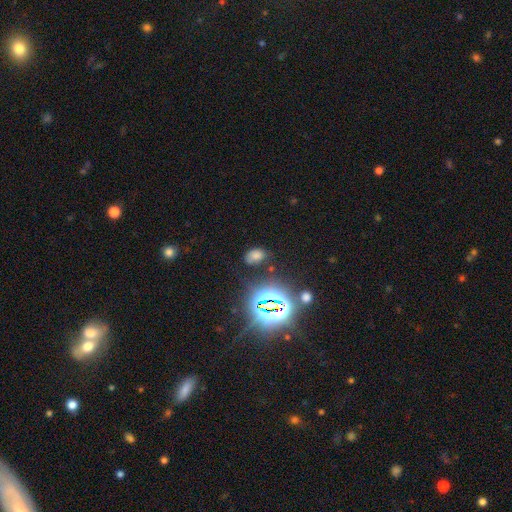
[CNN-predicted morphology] This appears to be a smooth galaxy with no disk features (59%) that is in between round and cigar-shaped (82%). Merging: none (74%).